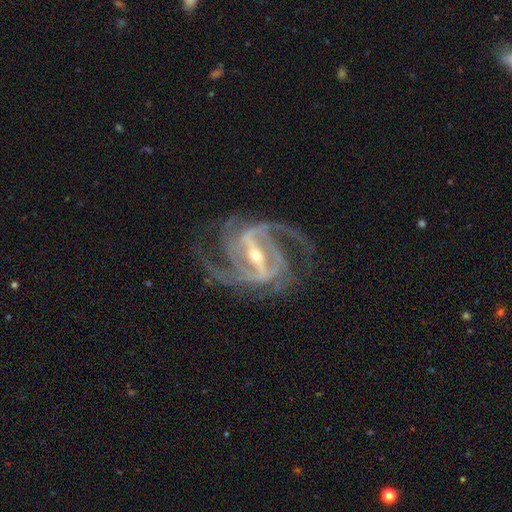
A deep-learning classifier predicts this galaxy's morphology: Smooth or featured?
  - featured or disk: 93% *
  - star or artifact: 5%
  - smooth: 2%
Edge-on disk?
  - no: 97% *
  - yes: 3%
Bar?
  - strong: 79% *
  - weak: 17%
  - no: 4%
Spiral arms?
  - yes: 98% *
  - no: 2%
Spiral winding?
  - medium: 57% *
  - tight: 26%
  - loose: 17%
Spiral arm count?
  - 2: 51% *
  - 3: 25%
  - 4: 9%
  - can't tell: 6%
  - more than 4: 5%
  - 1: 5%
Bulge size?
  - small: 57% *
  - moderate: 40%
  - large: 2%
  - none: 1%
  - dominant: 1%
Merging?
  - none: 71% *
  - minor disturbance: 15%
  - major disturbance: 13%
  - merger: 2%